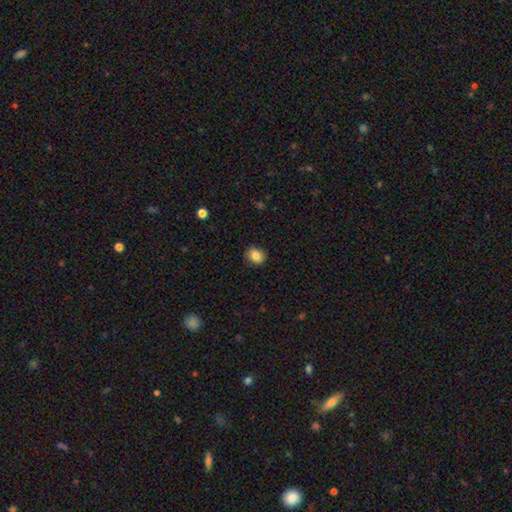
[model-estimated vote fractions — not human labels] A smooth galaxy with no disk features (85%) that is round (62%).

Vote fractions:
- Smooth or featured? smooth: 85% / star or artifact: 9% / featured or disk: 6%
- How rounded? round: 62% / in between: 37% / cigar-shaped: 1%
- Merging? none: 88% / minor disturbance: 9% / major disturbance: 2% / merger: 1%